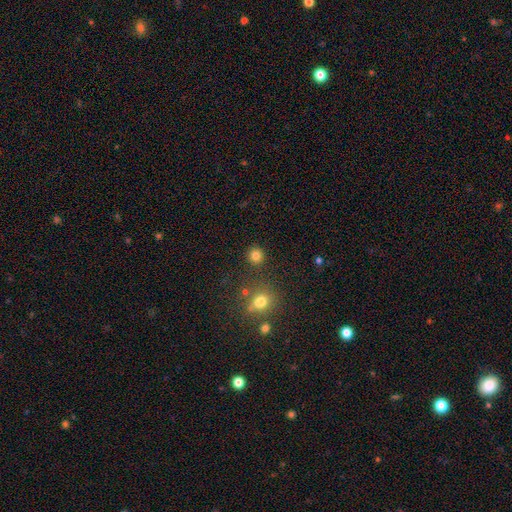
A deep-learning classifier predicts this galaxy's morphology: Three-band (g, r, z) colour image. It shows a smooth galaxy with no disk features (81%) that is round (92%). Merging: none (87%).